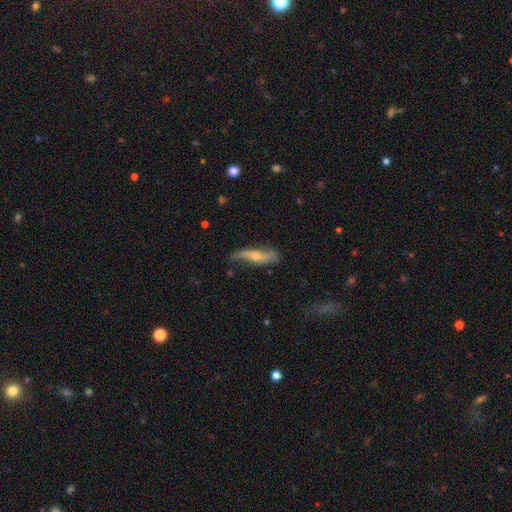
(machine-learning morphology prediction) A featured or disk galaxy (63%).

Vote fractions:
- Smooth or featured? featured or disk: 63% / smooth: 30% / star or artifact: 7%
- Edge-on disk? no: 56% / yes: 44%
- Merging? none: 59% / minor disturbance: 28% / major disturbance: 11% / merger: 3%